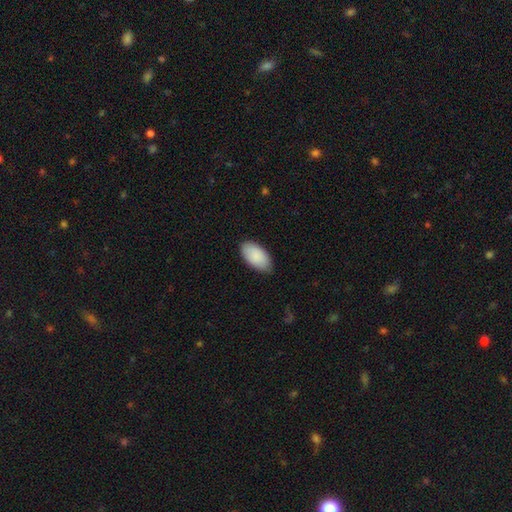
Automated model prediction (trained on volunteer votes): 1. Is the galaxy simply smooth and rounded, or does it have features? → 90% smooth, 5% star or artifact, 5% featured or disk.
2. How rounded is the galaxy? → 96% in between, 2% round, 2% cigar-shaped.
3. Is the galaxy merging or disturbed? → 81% none, 15% minor disturbance, 2% major disturbance, 1% merger.